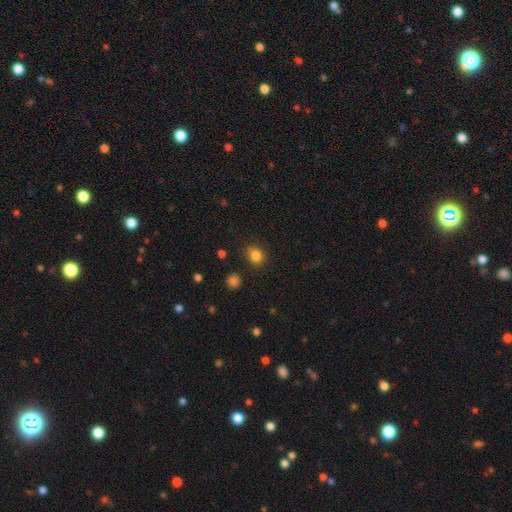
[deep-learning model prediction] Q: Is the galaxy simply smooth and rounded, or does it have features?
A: smooth — 83%.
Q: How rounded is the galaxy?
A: round — 68%.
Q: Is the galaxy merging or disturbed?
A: none — 77%.